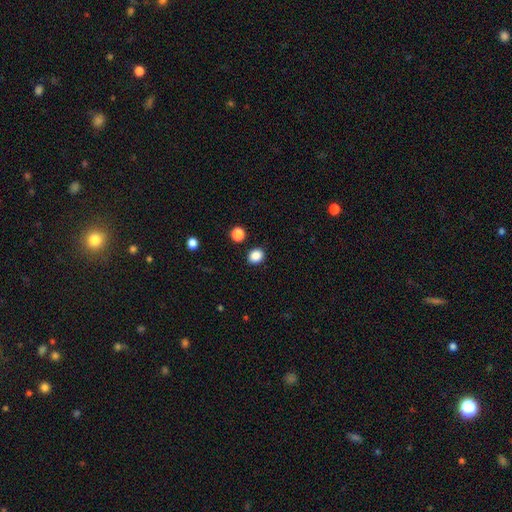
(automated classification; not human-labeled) Smooth or featured? Predicted: smooth (p=0.86). How rounded? Predicted: round (p=0.70). Merging? Predicted: none (p=0.89).